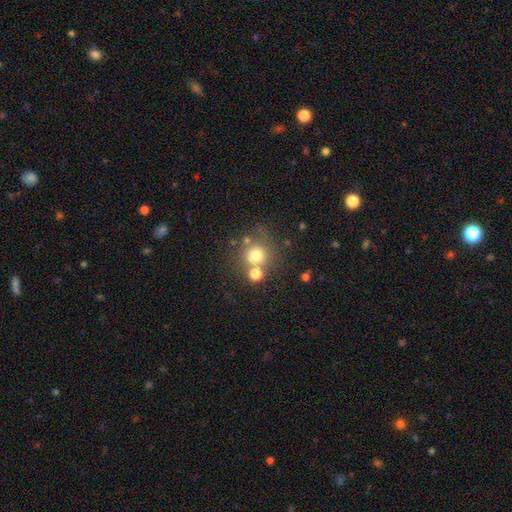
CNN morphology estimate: smooth_or_featured: smooth (p=0.71) [alt: star or artifact p=0.16]
how_rounded: round (p=0.91) [alt: in between p=0.08]
merging: none (p=0.64) [alt: merger p=0.21]